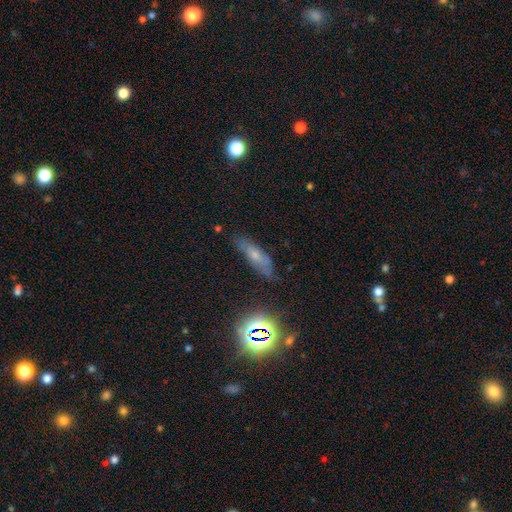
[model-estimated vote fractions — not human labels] The model was most divided on "smooth or featured": smooth: 50%, featured or disk: 32%, star or artifact: 19%. More confident: merging — none (71%).